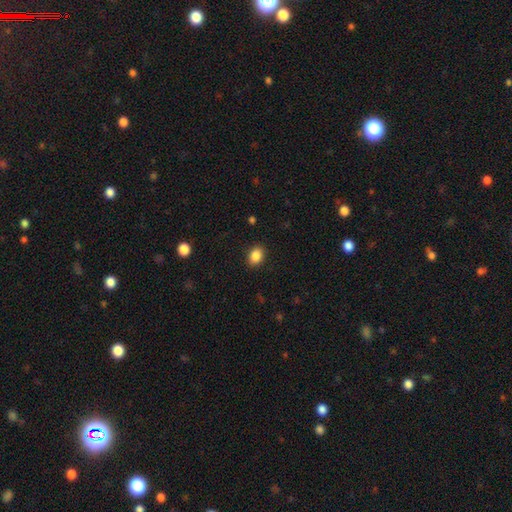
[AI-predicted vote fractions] smooth-or-featured: smooth: 87% | star or artifact: 9% | featured or disk: 4%
  how-rounded: in between: 61% | round: 38% | cigar-shaped: 1%
  merging: none: 89% | minor disturbance: 8% | major disturbance: 2% | merger: 1%